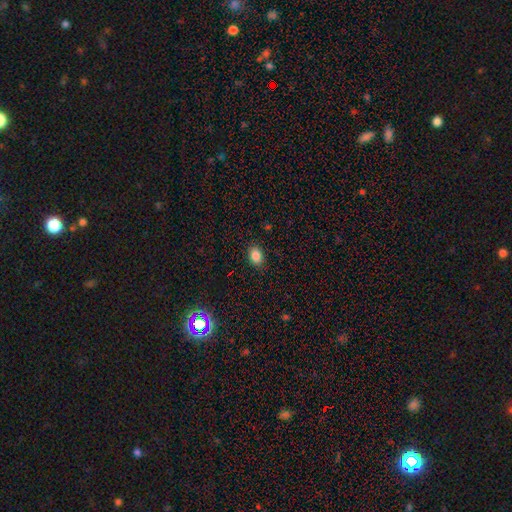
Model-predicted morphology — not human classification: Smooth or featured?
  - smooth: 84% *
  - star or artifact: 11%
  - featured or disk: 5%
How rounded?
  - in between: 73% *
  - round: 26%
  - cigar-shaped: 1%
Merging?
  - none: 88% *
  - minor disturbance: 9%
  - major disturbance: 2%
  - merger: 1%